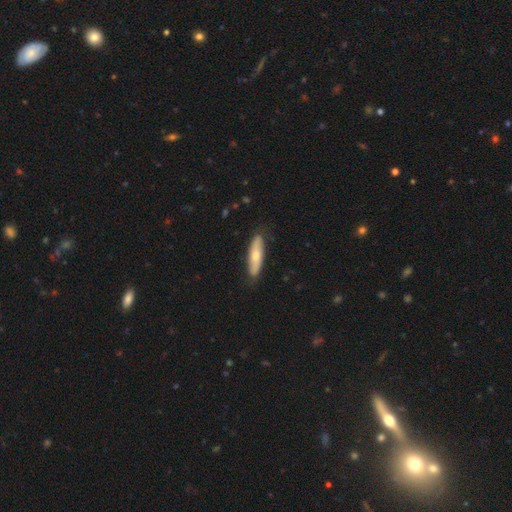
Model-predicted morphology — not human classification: A smooth galaxy with no disk features (61%) that is cigar-shaped (63%). Merging: none (82%).